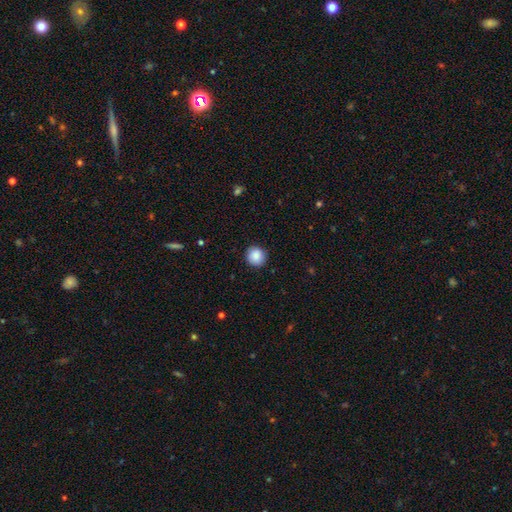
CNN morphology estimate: Smooth or featured? smooth (88%)
How rounded? round (93%)
Merging? none (90%)